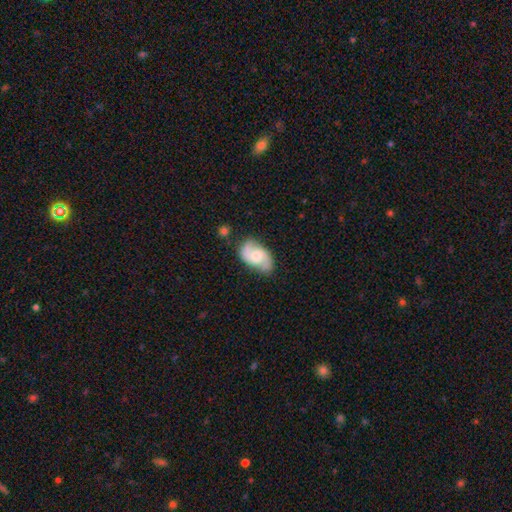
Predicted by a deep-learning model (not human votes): A featured or disk galaxy (68%) with no bar (51%), 2 (89%) medium (46%) spiral arms (94%) and a moderate central bulge (46%).

Vote fractions:
- Smooth or featured? featured or disk: 68% / smooth: 25% / star or artifact: 6%
- Edge-on disk? no: 97% / yes: 3%
- Bar? no: 51% / weak: 42% / strong: 7%
- Spiral arms? yes: 94% / no: 6%
- Spiral winding? medium: 46% / loose: 37% / tight: 16%
- Spiral arm count? 2: 89% / can't tell: 5% / 1: 2% / 3: 1% / 4: 1% / more than 4: 1%
- Bulge size? moderate: 46% / small: 31% / large: 11% / none: 9% / dominant: 2%
- Merging? none: 71% / minor disturbance: 20% / major disturbance: 6% / merger: 3%